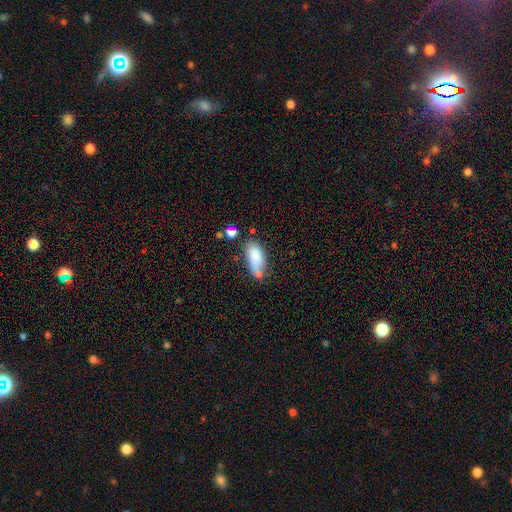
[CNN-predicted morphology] Overall: smooth (78%). How rounded: in between (84%). Merging: none (40%; minor disturbance 26%).